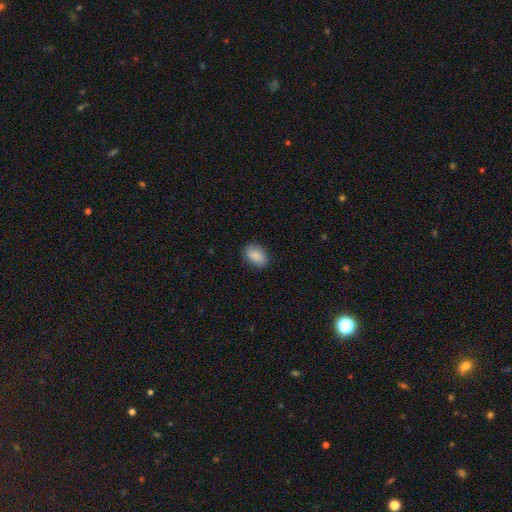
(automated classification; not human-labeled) A smooth galaxy with no disk features (87%) that is in between round and cigar-shaped (84%). Merging: none (85%).